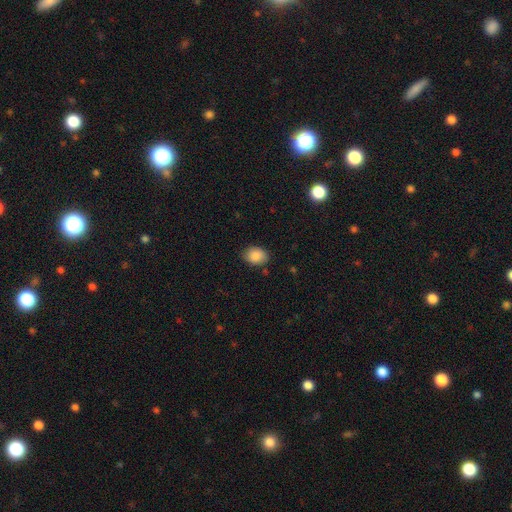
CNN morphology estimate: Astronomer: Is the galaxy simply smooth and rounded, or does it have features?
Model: smooth — 87%.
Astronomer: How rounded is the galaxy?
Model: in between — 70%.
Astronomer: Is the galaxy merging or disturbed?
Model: none — 81%.